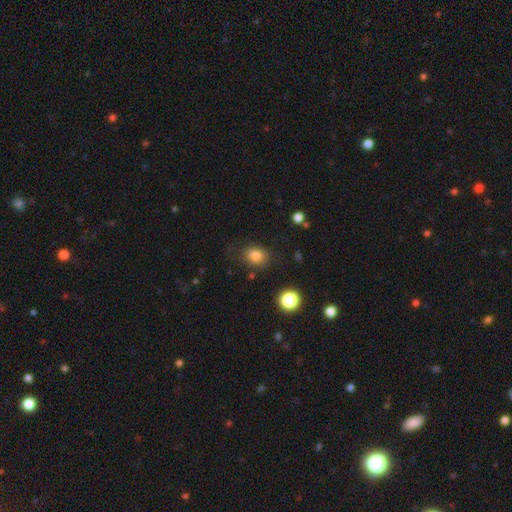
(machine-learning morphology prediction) Q: Smooth or featured?
A: smooth (81%); runner-up: star or artifact (12%)
Q: How rounded?
A: round (51%); runner-up: in between (48%)
Q: Merging?
A: none (77%); runner-up: minor disturbance (15%)